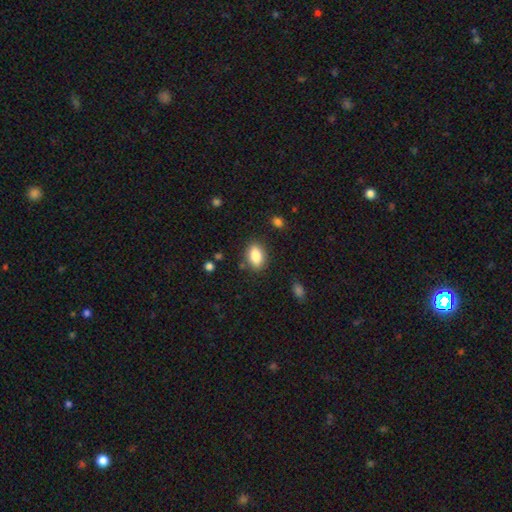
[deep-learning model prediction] Overall: smooth (85%). How rounded: in between (86%). Merging: none (84%).